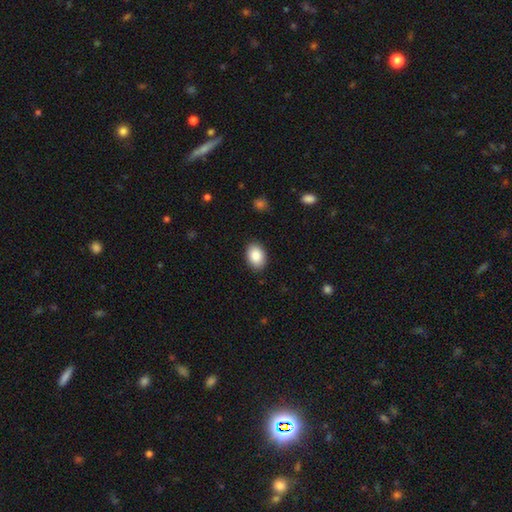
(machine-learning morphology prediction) This appears to be a smooth galaxy with no disk features (88%) that is in between round and cigar-shaped (83%). Merging: none (89%).